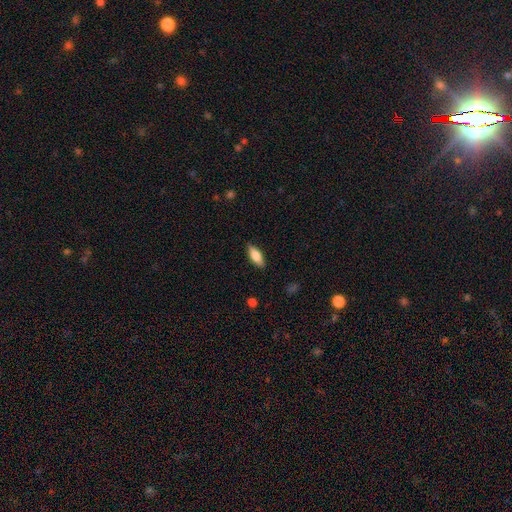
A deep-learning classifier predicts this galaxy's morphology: Overall: smooth (77%). How rounded: in between (72%). Merging: none (87%).